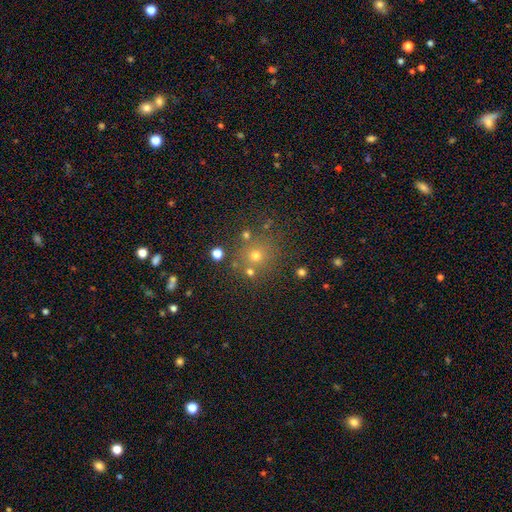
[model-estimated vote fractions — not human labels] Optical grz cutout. It shows a smooth galaxy with no disk features (63%) that is round (91%). Merging: none (77%).